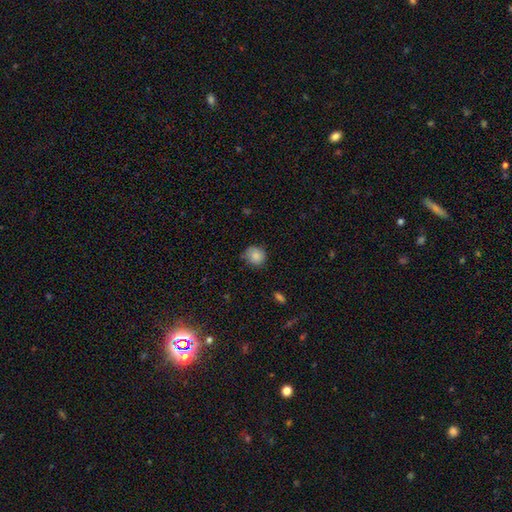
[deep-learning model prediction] Smooth or featured?
  - smooth: 86% *
  - star or artifact: 9%
  - featured or disk: 5%
How rounded?
  - round: 85% *
  - in between: 14%
  - cigar-shaped: 1%
Merging?
  - none: 69% *
  - minor disturbance: 25%
  - major disturbance: 4%
  - merger: 2%